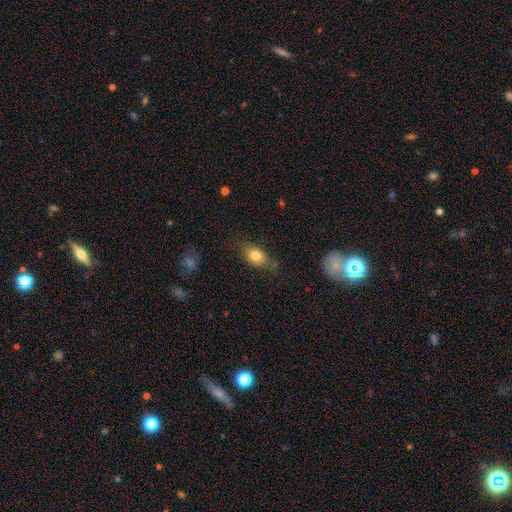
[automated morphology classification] smooth-or-featured: smooth: 79% | featured or disk: 12% | star or artifact: 8%
  how-rounded: in between: 81% | round: 15% | cigar-shaped: 4%
  merging: none: 72% | minor disturbance: 20% | major disturbance: 6% | merger: 2%